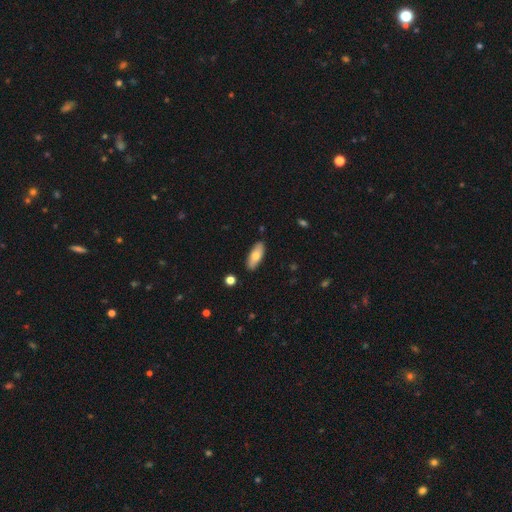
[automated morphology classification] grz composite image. It shows a smooth galaxy with no disk features (71%) that is in between round and cigar-shaped (75%). Merging: none (87%).